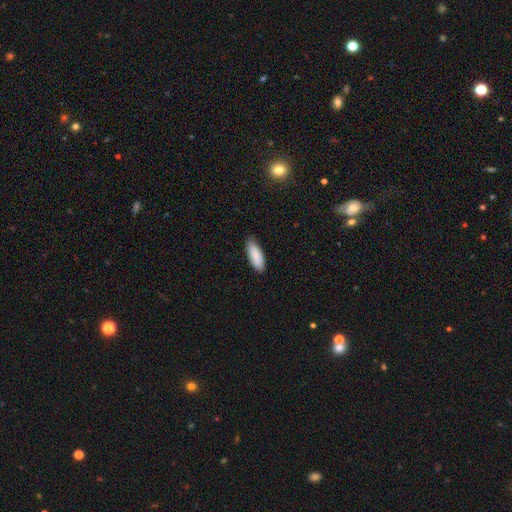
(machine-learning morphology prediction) This appears to be a smooth galaxy with no disk features (89%) that is in between round and cigar-shaped (70%). Merging: none (84%).